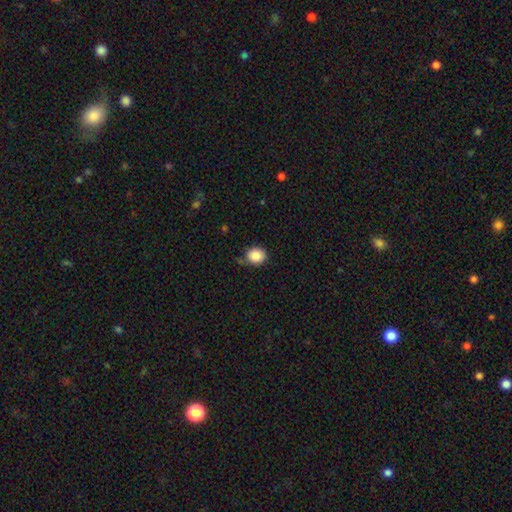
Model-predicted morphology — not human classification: Smooth or featured? Predicted: smooth (p=0.86). How rounded? Predicted: round (p=0.75). Merging? Predicted: none (p=0.76).